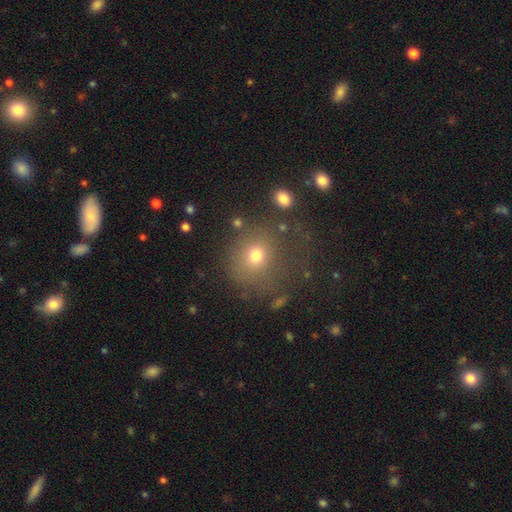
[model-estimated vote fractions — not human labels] Overall: smooth (71%). How rounded: round (78%). Merging: none (70%).